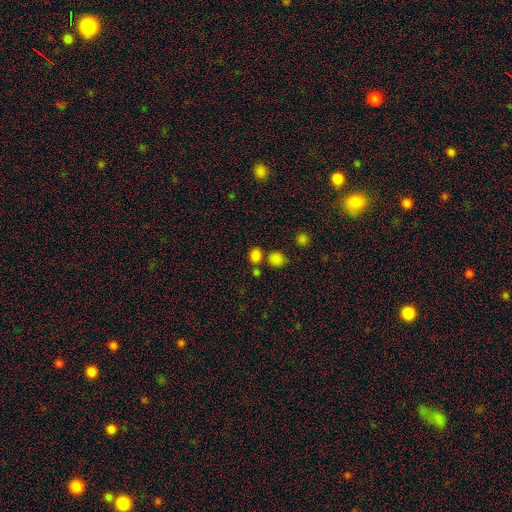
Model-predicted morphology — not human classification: Smooth or featured: smooth — 80% (star or artifact — 16%)
How rounded: round — 64% (in between — 35%)
Merging: none — 64% (merger — 23%)